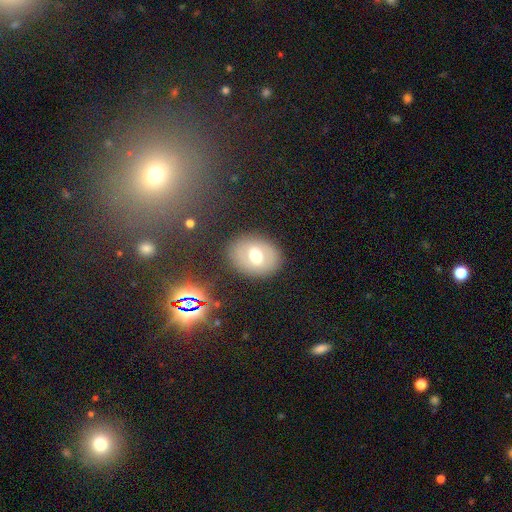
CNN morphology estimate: smooth_or_featured: smooth (p=0.58) [alt: featured or disk p=0.30]
how_rounded: in between (p=0.60) [alt: round p=0.39]
merging: none (p=0.83) [alt: minor disturbance p=0.11]